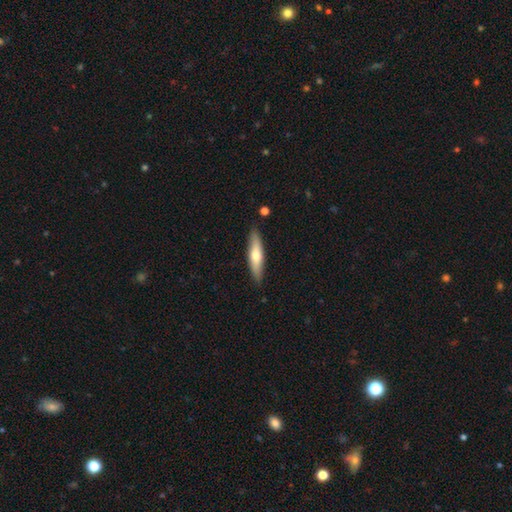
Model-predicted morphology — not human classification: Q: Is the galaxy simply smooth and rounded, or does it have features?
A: smooth — 59%.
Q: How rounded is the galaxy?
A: cigar-shaped — 75%.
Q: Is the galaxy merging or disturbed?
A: none — 87%.